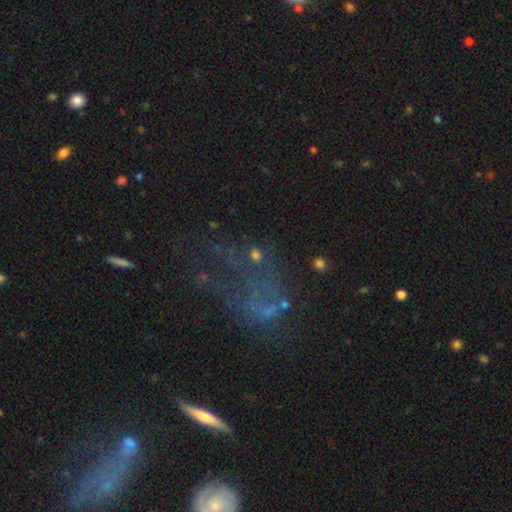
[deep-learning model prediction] Smooth or featured? Predicted: star or artifact (p=0.36).